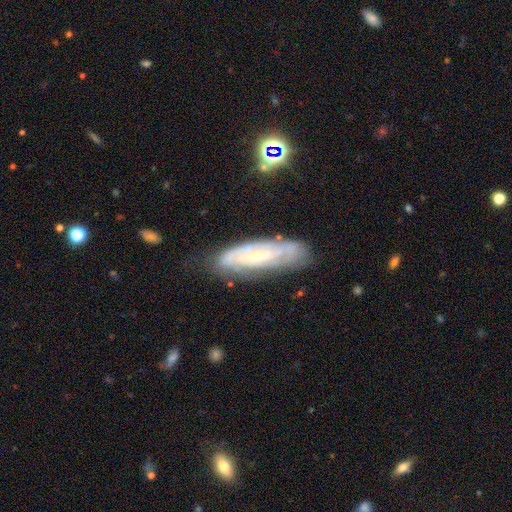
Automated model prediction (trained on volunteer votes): The model was most divided on "bar": no: 49%, weak: 35%, strong: 16%. More confident: spiral arms — yes (85%); edge-on disk — no (80%); smooth or featured — featured or disk (75%); merging — none (71%); bulge size — small (70%); spiral winding — tight (64%); spiral arm count — can't tell (52%).